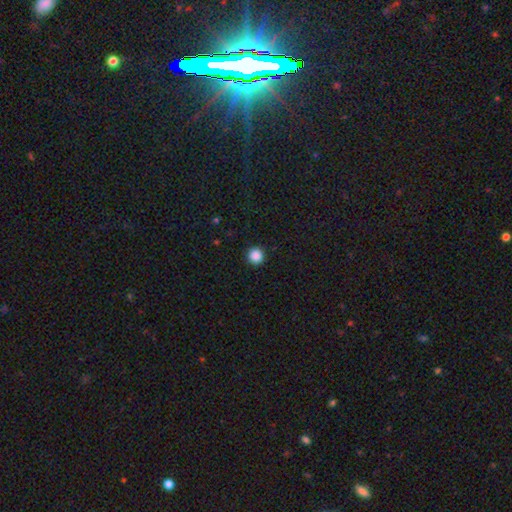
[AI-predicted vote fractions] Q: Smooth or featured?
A: smooth (88%); runner-up: star or artifact (10%)
Q: How rounded?
A: round (95%); runner-up: in between (4%)
Q: Merging?
A: none (93%); runner-up: minor disturbance (5%)